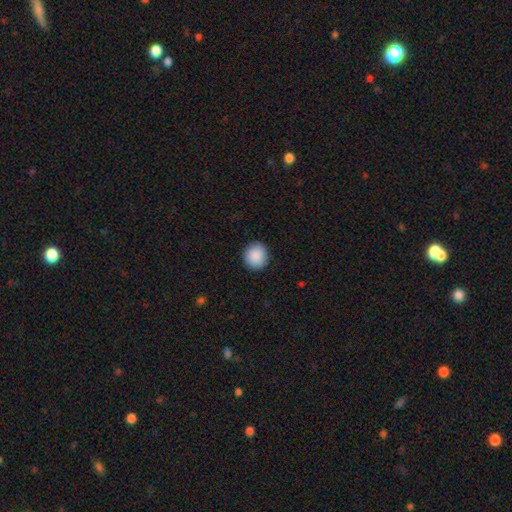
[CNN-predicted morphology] smooth-or-featured: smooth: 90% | star or artifact: 7% | featured or disk: 3%
  how-rounded: round: 92% | in between: 7% | cigar-shaped: 1%
  merging: none: 91% | minor disturbance: 6% | major disturbance: 2% | merger: 1%